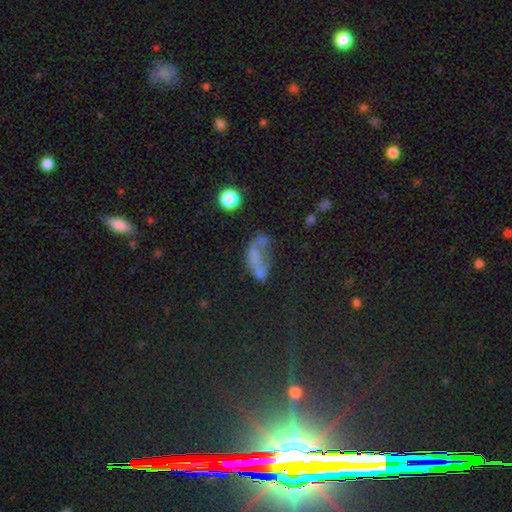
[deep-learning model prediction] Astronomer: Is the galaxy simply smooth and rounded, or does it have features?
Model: smooth — 48% (runner-up: featured or disk, 28%).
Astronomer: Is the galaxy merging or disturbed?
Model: major disturbance — 32% (runner-up: none, 26%).